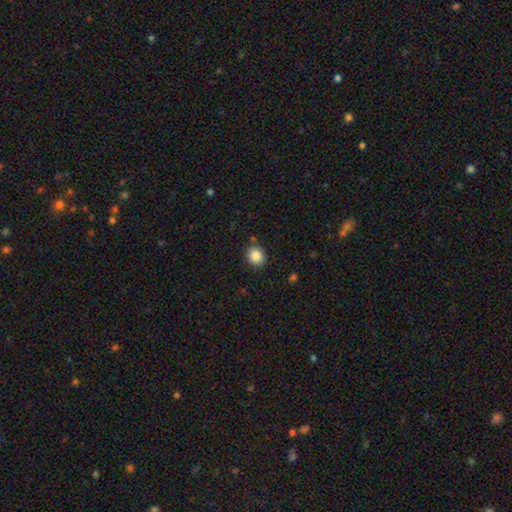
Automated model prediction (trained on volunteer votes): A smooth galaxy with no disk features (87%) that is round (78%).

Vote fractions:
- Smooth or featured? smooth: 87% / star or artifact: 9% / featured or disk: 4%
- How rounded? round: 78% / in between: 21% / cigar-shaped: 1%
- Merging? none: 86% / minor disturbance: 9% / major disturbance: 3% / merger: 3%